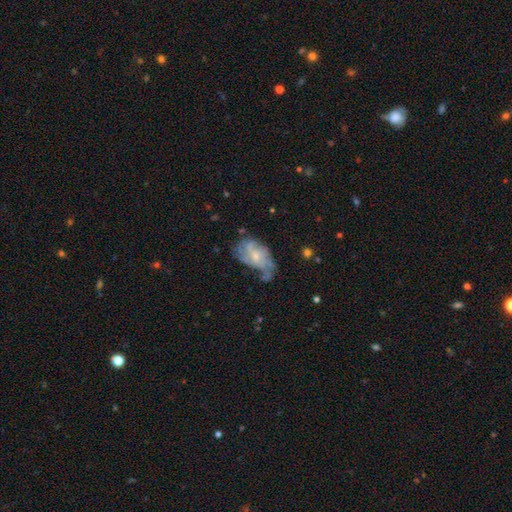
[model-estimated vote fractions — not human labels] smooth-or-featured: featured or disk: 63% | smooth: 29% | star or artifact: 9%
  disk-edge-on: no: 96% | yes: 4%
    bar: no: 70% | weak: 26% | strong: 4%
    has-spiral-arms: yes: 64% | no: 36%
    bulge-size: small: 60% | moderate: 30% | none: 6% | large: 2% | dominant: 1%
  merging: none: 37% | minor disturbance: 30% | major disturbance: 28% | merger: 5%